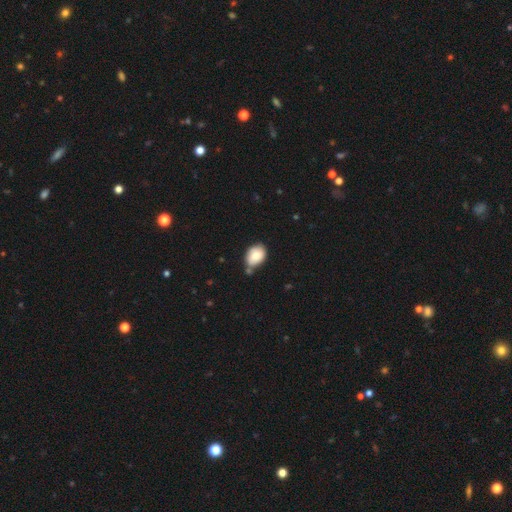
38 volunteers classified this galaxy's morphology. Smooth or featured? smooth (74%)
How rounded? in between (68%)
Merging? none (47%)